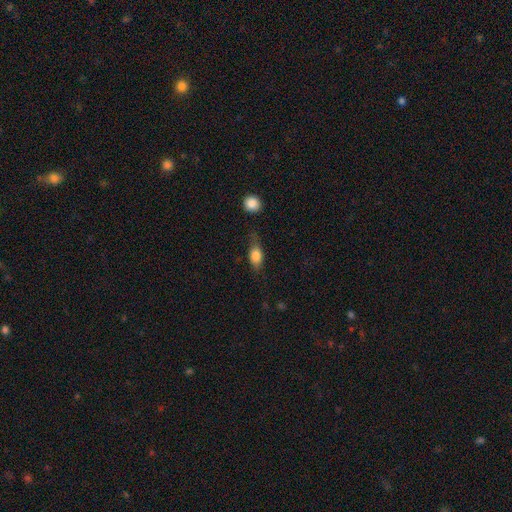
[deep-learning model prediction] A smooth galaxy with no disk features (79%) that is in between round and cigar-shaped (79%).

Vote fractions:
- Smooth or featured? smooth: 79% / featured or disk: 13% / star or artifact: 8%
- How rounded? in between: 79% / round: 12% / cigar-shaped: 9%
- Merging? none: 57% / minor disturbance: 27% / major disturbance: 11% / merger: 5%